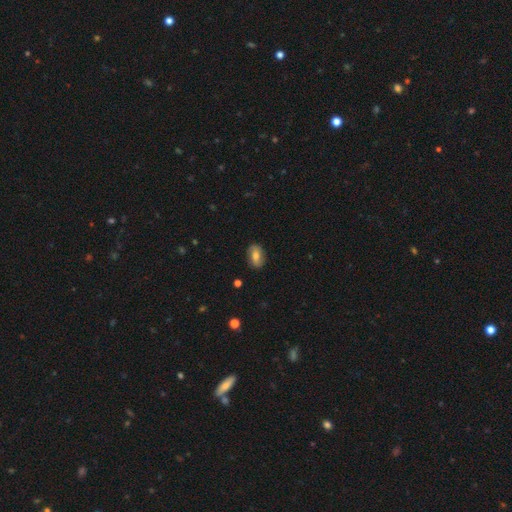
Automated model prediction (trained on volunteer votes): smooth-or-featured: smooth: 60% | featured or disk: 31% | star or artifact: 9%
  how-rounded: in between: 87% | round: 9% | cigar-shaped: 4%
  merging: none: 85% | minor disturbance: 12% | major disturbance: 3% | merger: 1%